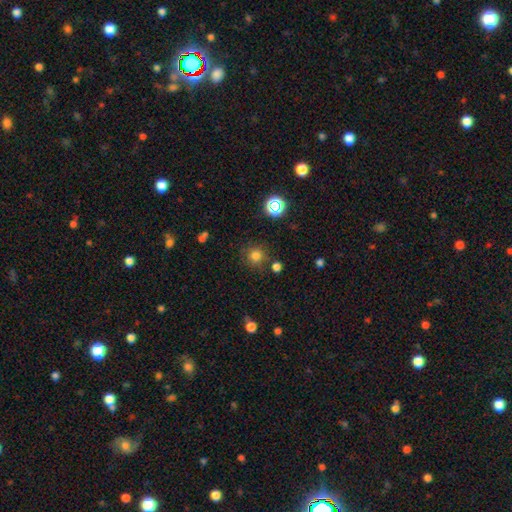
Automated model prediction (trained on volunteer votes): smooth-or-featured: smooth: 75% | star or artifact: 19% | featured or disk: 7%
  how-rounded: round: 92% | in between: 7% | cigar-shaped: 1%
  merging: none: 78% | minor disturbance: 11% | merger: 7% | major disturbance: 4%